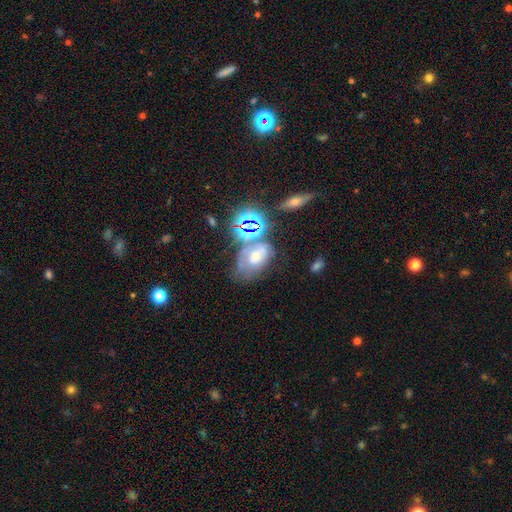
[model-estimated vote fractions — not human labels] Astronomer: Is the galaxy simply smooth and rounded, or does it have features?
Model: featured or disk — 41% (runner-up: star or artifact, 30%).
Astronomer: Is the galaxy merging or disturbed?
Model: none — 37% (runner-up: minor disturbance, 24%).